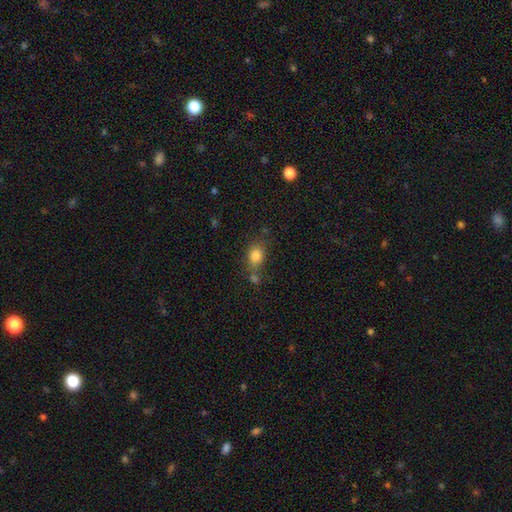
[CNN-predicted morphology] smooth_or_featured: smooth (p=0.82) [alt: star or artifact p=0.10]
how_rounded: in between (p=0.60) [alt: round p=0.38]
merging: none (p=0.61) [alt: merger p=0.17]